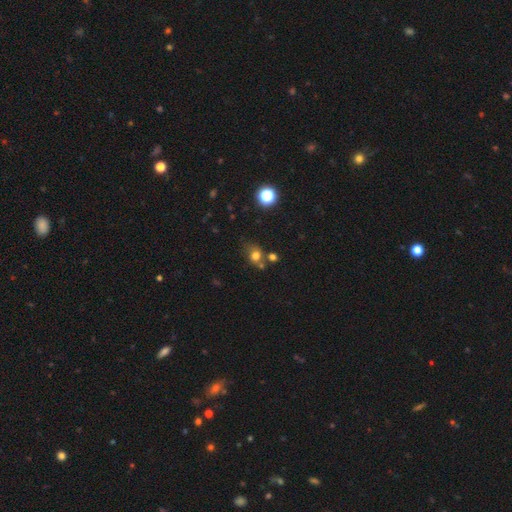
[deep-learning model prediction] smooth 72%, star or artifact 17%, featured or disk 11%. Down the decision tree: how rounded — round (63%); merging — none (53%).